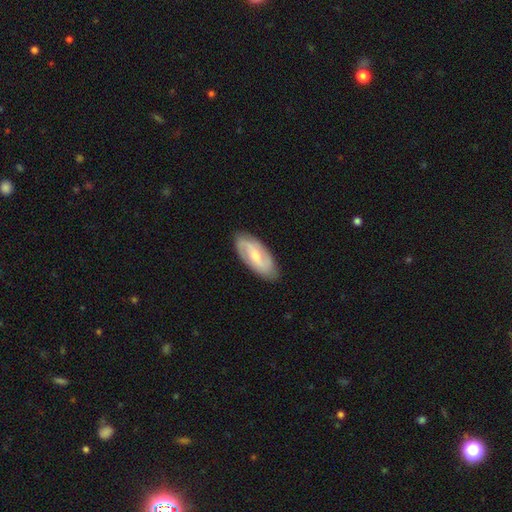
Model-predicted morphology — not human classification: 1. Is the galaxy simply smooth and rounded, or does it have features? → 66% featured or disk, 29% smooth, 5% star or artifact.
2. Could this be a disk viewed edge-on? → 92% no, 8% yes.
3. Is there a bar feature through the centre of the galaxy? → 50% weak, 27% no, 24% strong.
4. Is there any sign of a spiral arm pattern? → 88% yes, 12% no.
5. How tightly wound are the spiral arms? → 42% medium, 33% tight, 25% loose.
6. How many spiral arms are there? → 80% 2, 13% can't tell, 3% 1, 2% 3, 1% 4, 1% more than 4.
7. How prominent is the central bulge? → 51% small, 41% moderate, 4% none, 3% large, 1% dominant.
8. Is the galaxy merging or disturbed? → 84% none, 12% minor disturbance, 3% major disturbance, 1% merger.